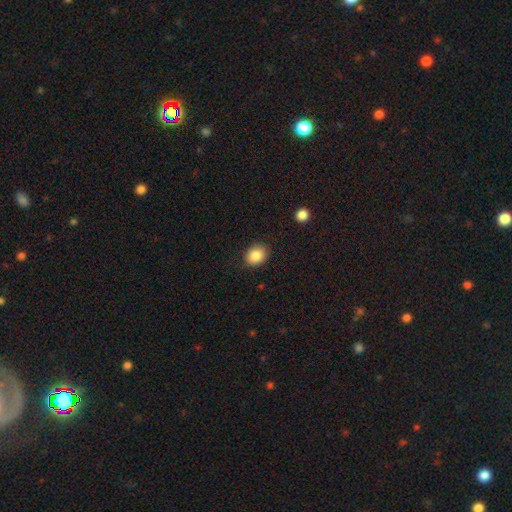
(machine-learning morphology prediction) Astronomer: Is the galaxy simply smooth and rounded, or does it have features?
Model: smooth — 87%.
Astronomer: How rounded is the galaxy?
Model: in between — 50% (runner-up: round, 49%).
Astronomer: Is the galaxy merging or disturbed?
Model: none — 85%.